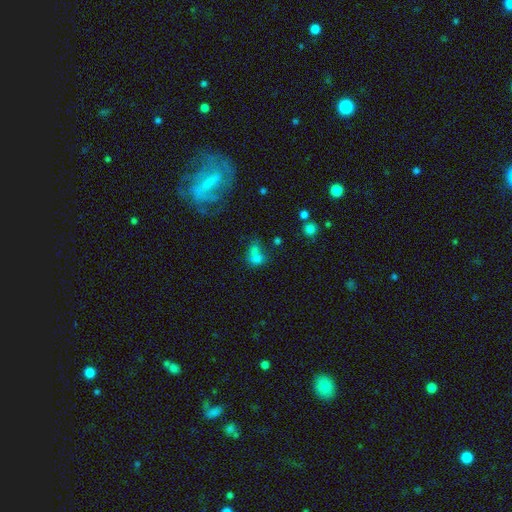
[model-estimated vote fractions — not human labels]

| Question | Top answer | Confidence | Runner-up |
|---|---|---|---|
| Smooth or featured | smooth | 67% | star or artifact (18%) |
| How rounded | in between | 57% | round (40%) |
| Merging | merger | 49% | none (29%) |